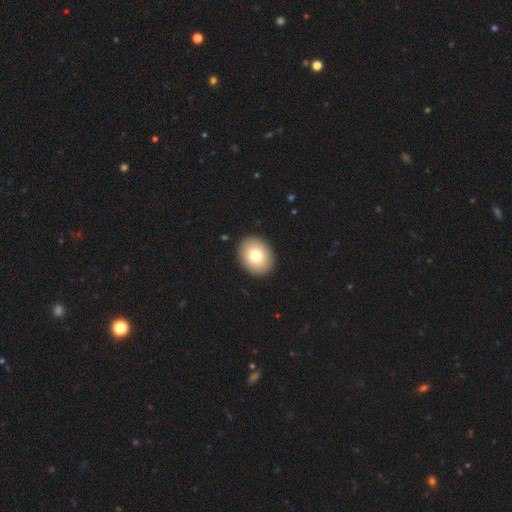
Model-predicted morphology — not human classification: The model was most divided on "how rounded": in between: 51%, round: 48%, cigar-shaped: 1%. More confident: merging — none (92%); smooth or featured — smooth (78%).